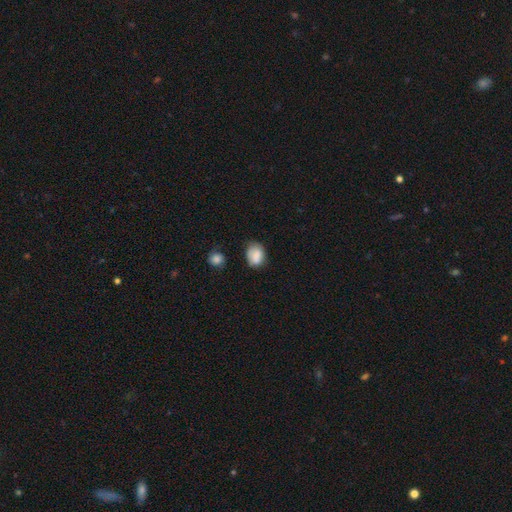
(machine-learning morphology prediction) A smooth galaxy with no disk features (81%) that is in between round and cigar-shaped (63%).

Vote fractions:
- Smooth or featured? smooth: 81% / featured or disk: 10% / star or artifact: 9%
- How rounded? in between: 63% / round: 36% / cigar-shaped: 1%
- Merging? none: 56% / minor disturbance: 31% / major disturbance: 8% / merger: 5%